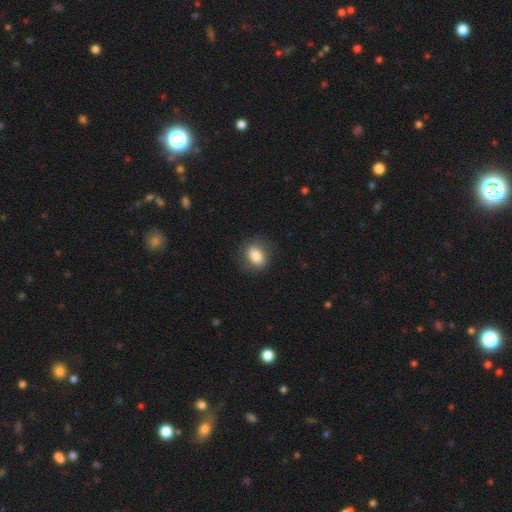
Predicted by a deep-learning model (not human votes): smooth 81%, featured or disk 11%, star or artifact 8%. Down the decision tree: how rounded — in between (66%); merging — none (80%).